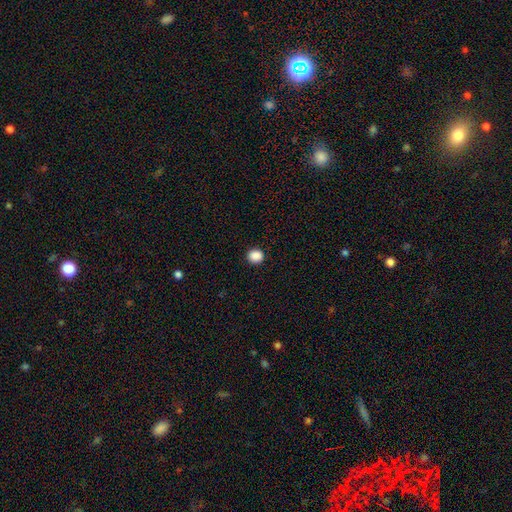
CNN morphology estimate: Smooth or featured? smooth (88%)
How rounded? round (85%)
Merging? none (92%)